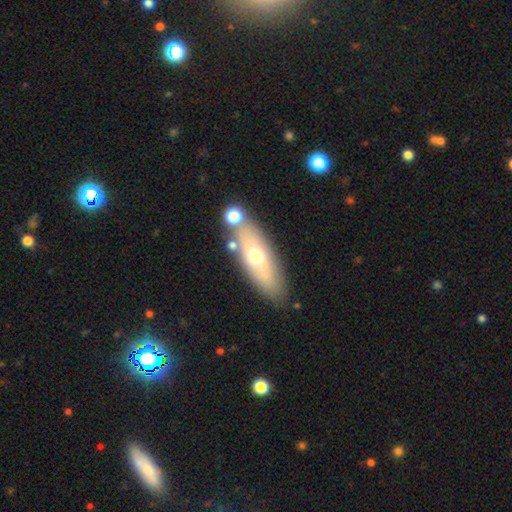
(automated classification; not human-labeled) The model was most divided on "smooth or featured": smooth: 51%, featured or disk: 41%, star or artifact: 8%. More confident: merging — none (76%); how rounded — in between (56%).